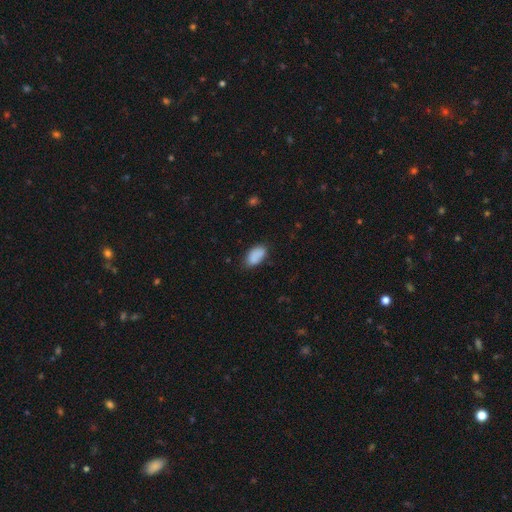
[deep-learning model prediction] Morphology: type=smooth (87%); roundness=in between (93%); merging=none (73%).